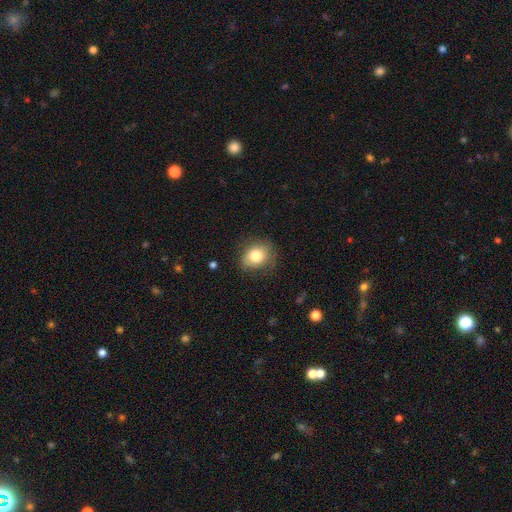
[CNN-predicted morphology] Smooth or featured? smooth (80%)
How rounded? round (50%)
Merging? none (75%)